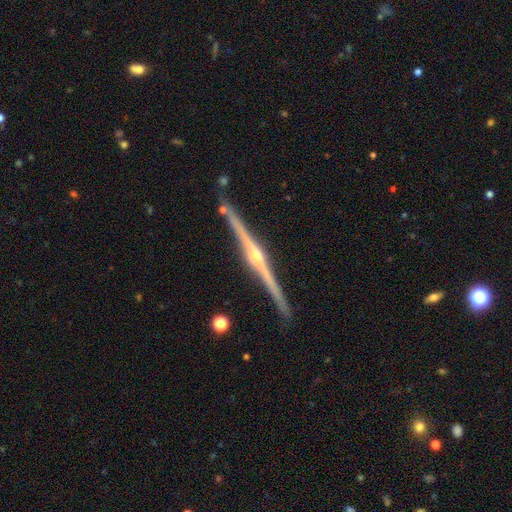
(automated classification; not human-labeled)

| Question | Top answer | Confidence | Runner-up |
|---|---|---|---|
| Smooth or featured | featured or disk | 91% | smooth (5%) |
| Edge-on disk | yes | 99% | no (1%) |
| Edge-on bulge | rounded | 91% | none (5%) |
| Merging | none | 89% | minor disturbance (7%) |